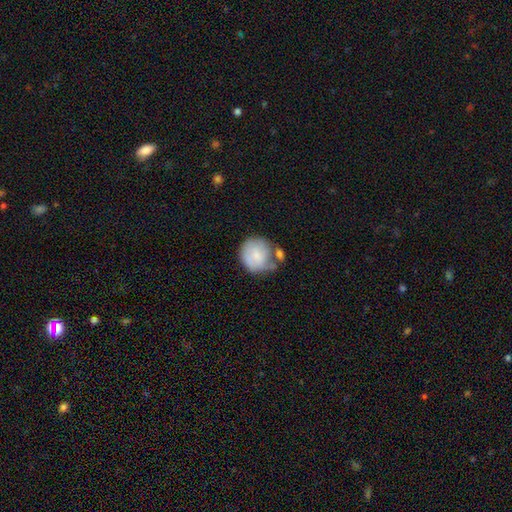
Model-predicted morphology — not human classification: This appears to be a smooth galaxy with no disk features (70%) that is round (85%). Merging: none (39%).